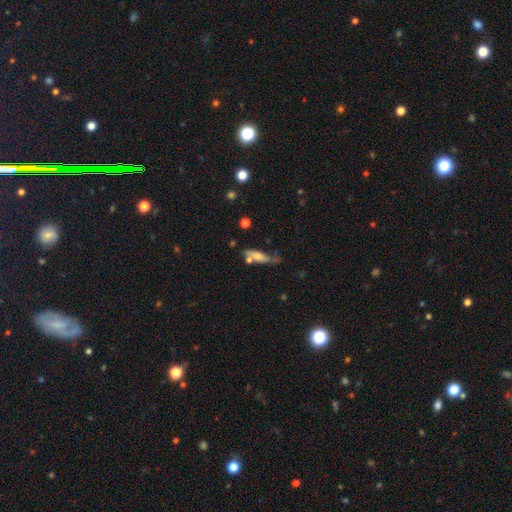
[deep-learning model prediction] smooth-or-featured: smooth: 60% | featured or disk: 32% | star or artifact: 8%
  how-rounded: cigar-shaped: 58% | in between: 39% | round: 3%
  merging: none: 44% | minor disturbance: 27% | merger: 16% | major disturbance: 13%